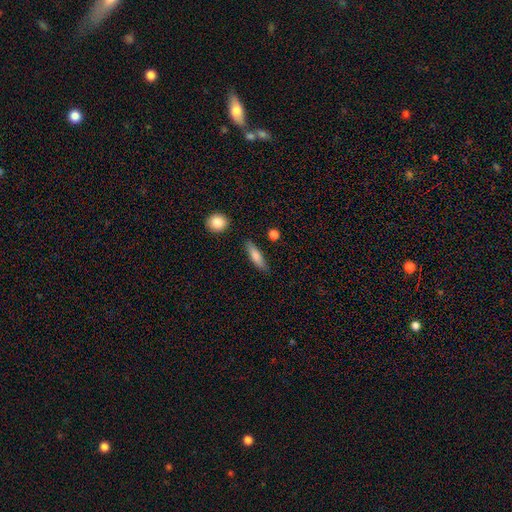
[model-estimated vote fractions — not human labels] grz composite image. It shows a smooth galaxy with no disk features (76%) that is cigar-shaped (64%). Merging: none (84%).